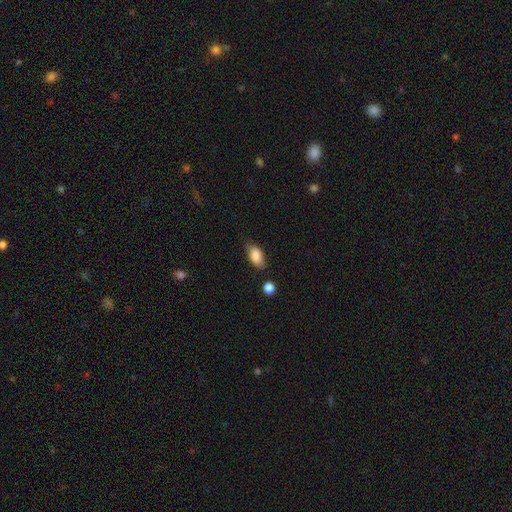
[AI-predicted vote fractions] Smooth or featured? smooth (85%)
How rounded? in between (89%)
Merging? none (69%)